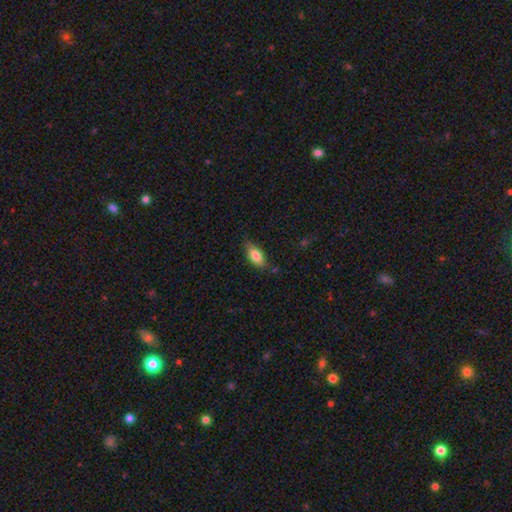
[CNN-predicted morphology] This is clearly a smooth galaxy (81%). How rounded: clearly in between (87%). Merging: likely none (74%).